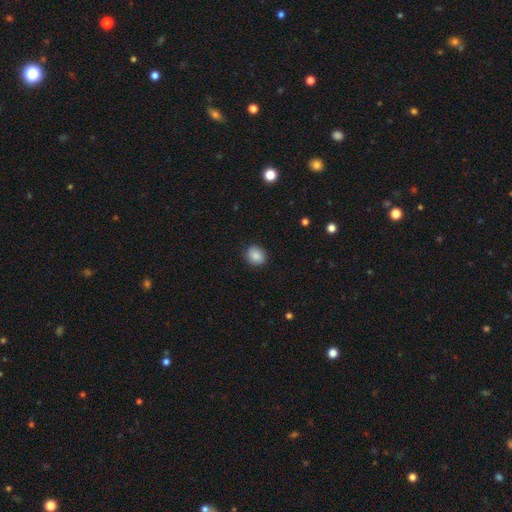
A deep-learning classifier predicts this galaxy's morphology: The model was most divided on "how rounded": round: 68%, in between: 31%, cigar-shaped: 1%. More confident: merging — none (88%); smooth or featured — smooth (86%).